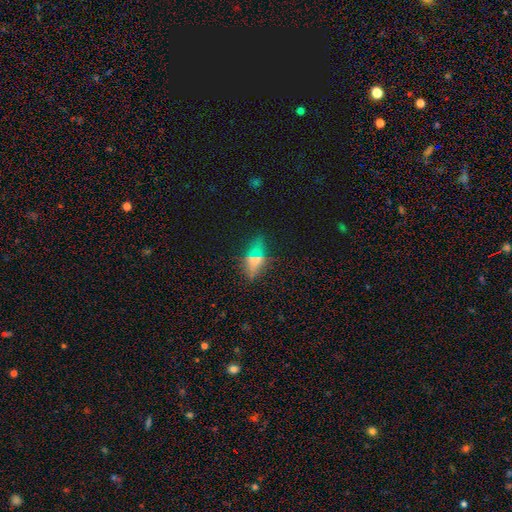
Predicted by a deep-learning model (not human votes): Morphology: type=smooth (51%); roundness=in between (75%); merging=none (80%).